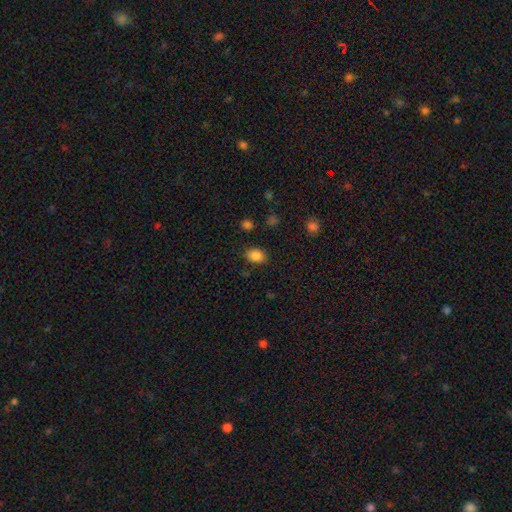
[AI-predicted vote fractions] Smooth or featured?
  - smooth: 85% *
  - star or artifact: 10%
  - featured or disk: 5%
How rounded?
  - in between: 67% *
  - round: 32%
  - cigar-shaped: 1%
Merging?
  - none: 82% *
  - minor disturbance: 12%
  - major disturbance: 3%
  - merger: 2%